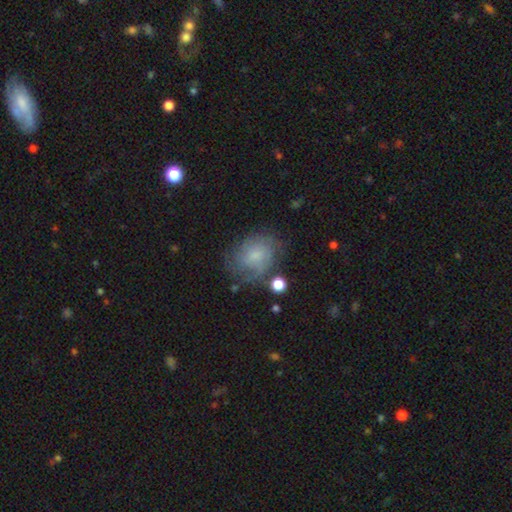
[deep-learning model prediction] Smooth or featured?
  - smooth: 47% *
  - featured or disk: 43%
  - star or artifact: 10%
Merging?
  - none: 57% *
  - minor disturbance: 25%
  - major disturbance: 14%
  - merger: 4%